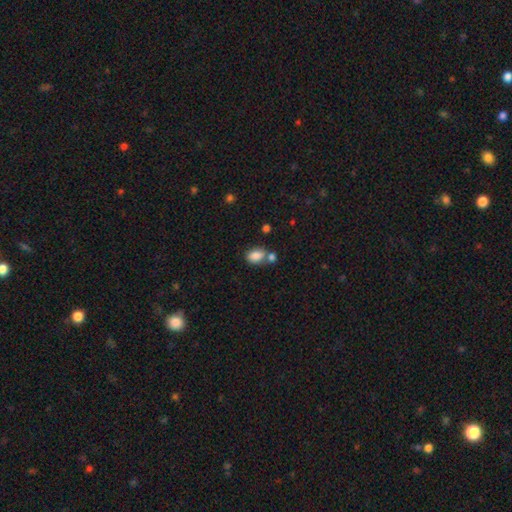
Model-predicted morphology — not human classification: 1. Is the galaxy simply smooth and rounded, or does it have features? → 85% smooth, 9% star or artifact, 7% featured or disk.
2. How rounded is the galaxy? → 78% in between, 21% round, 1% cigar-shaped.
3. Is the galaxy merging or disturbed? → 54% none, 30% merger, 13% minor disturbance, 4% major disturbance.